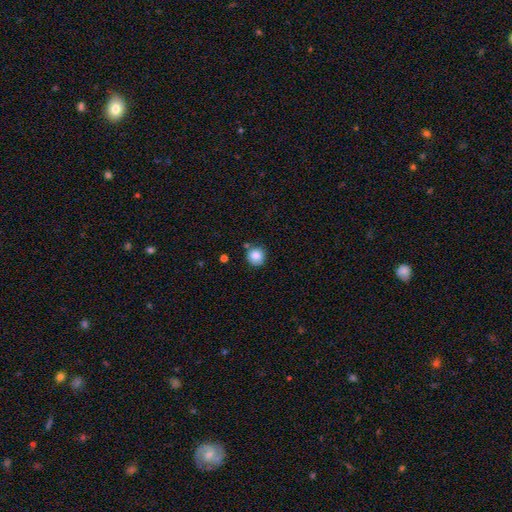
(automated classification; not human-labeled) Q: Smooth or featured?
A: smooth (85%); runner-up: star or artifact (9%)
Q: How rounded?
A: round (92%); runner-up: in between (7%)
Q: Merging?
A: none (77%); runner-up: minor disturbance (14%)